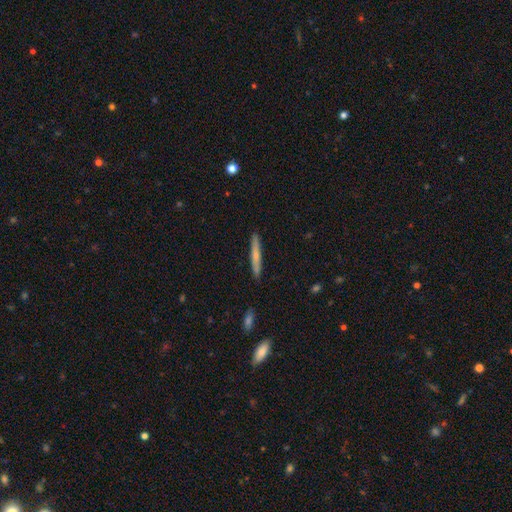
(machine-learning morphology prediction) A smooth galaxy with no disk features (57%) that is cigar-shaped (95%). Merging: none (89%).